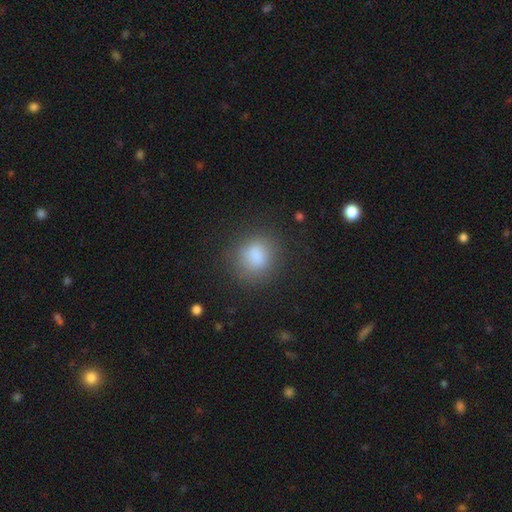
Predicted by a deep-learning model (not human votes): smooth-or-featured: smooth: 83% | star or artifact: 10% | featured or disk: 7%
  how-rounded: round: 77% | in between: 22% | cigar-shaped: 1%
  merging: none: 77% | minor disturbance: 14% | major disturbance: 7% | merger: 2%